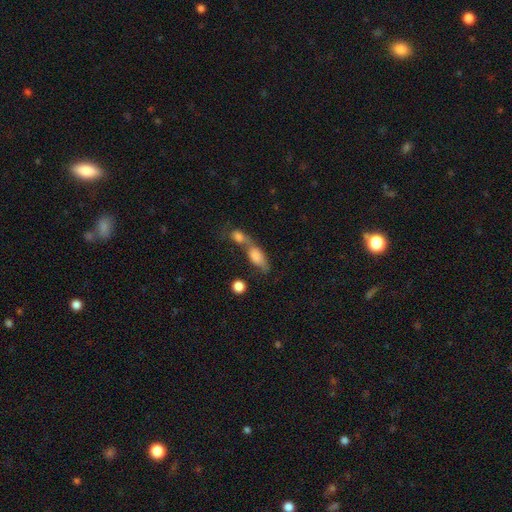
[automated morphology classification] smooth_or_featured: smooth (p=0.70) [alt: featured or disk p=0.20]
how_rounded: in between (p=0.73) [alt: cigar-shaped p=0.18]
merging: merger (p=0.64) [alt: none p=0.21]